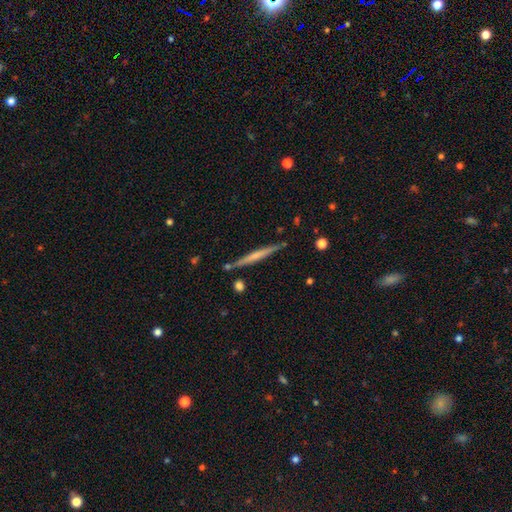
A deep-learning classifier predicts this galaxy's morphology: smooth_or_featured: featured or disk (p=0.53) [alt: smooth p=0.41]
disk_edge_on: yes (p=0.97) [alt: no p=0.03]
edge_on_bulge: none (p=0.64) [alt: rounded p=0.24]
merging: none (p=0.84) [alt: minor disturbance p=0.10]